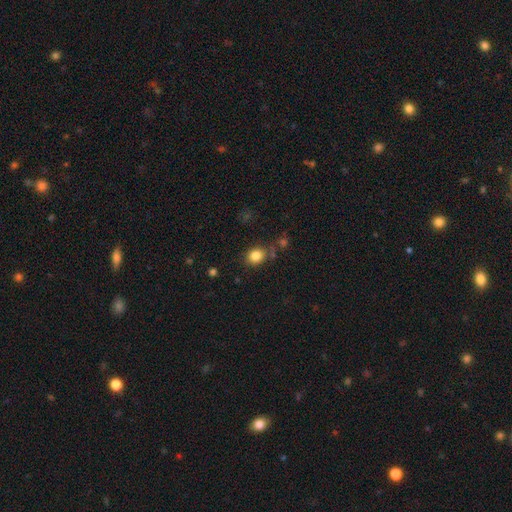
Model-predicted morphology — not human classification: Q: Smooth or featured?
A: smooth (83%); runner-up: star or artifact (11%)
Q: How rounded?
A: round (64%); runner-up: in between (35%)
Q: Merging?
A: none (75%); runner-up: minor disturbance (15%)